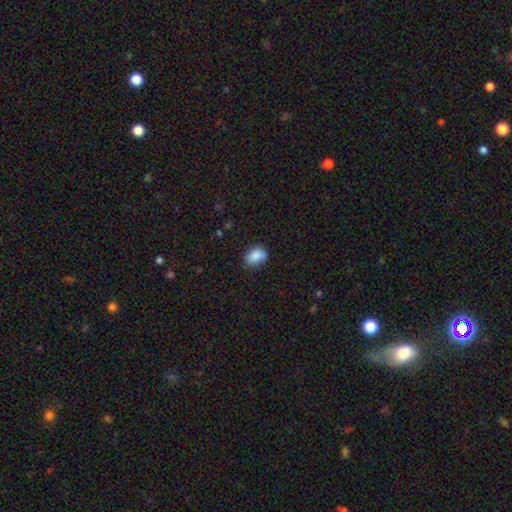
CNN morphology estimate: Smooth or featured? Predicted: smooth (p=0.87). How rounded? Predicted: in between (p=0.75). Merging? Predicted: none (p=0.74).